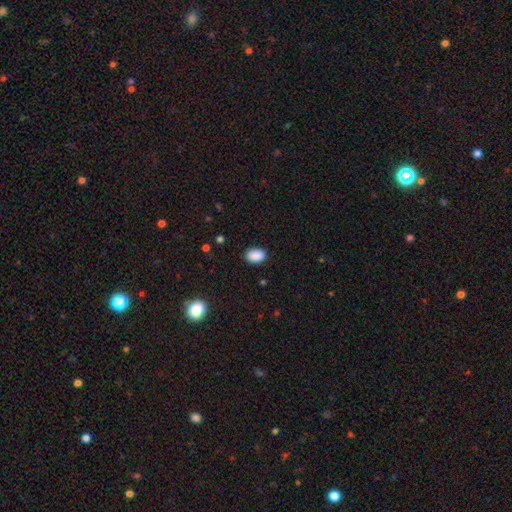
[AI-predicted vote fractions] Smooth or featured: smooth — 89% (star or artifact — 8%)
How rounded: in between — 86% (round — 13%)
Merging: none — 86% (minor disturbance — 11%)